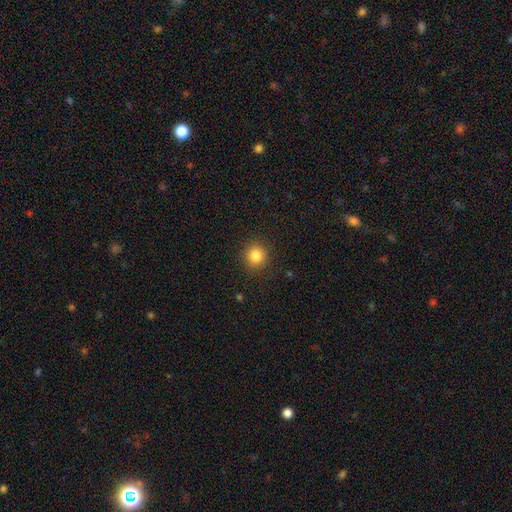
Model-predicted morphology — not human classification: Smooth or featured? Predicted: smooth (p=0.83). How rounded? Predicted: round (p=0.93). Merging? Predicted: none (p=0.91).